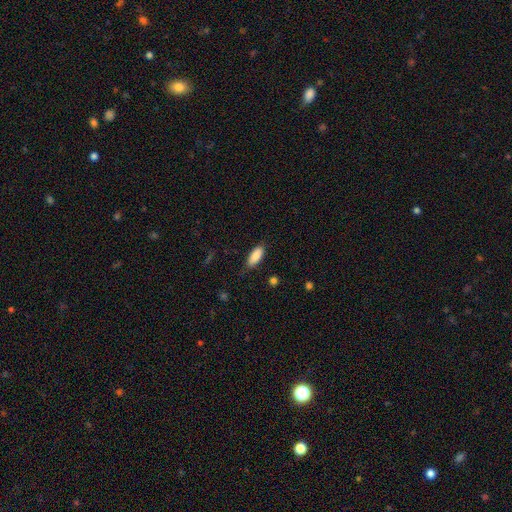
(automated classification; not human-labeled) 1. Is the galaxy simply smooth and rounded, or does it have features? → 87% smooth, 7% star or artifact, 6% featured or disk.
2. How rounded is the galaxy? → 79% in between, 19% cigar-shaped, 2% round.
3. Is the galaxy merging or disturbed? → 82% none, 14% minor disturbance, 3% major disturbance, 1% merger.